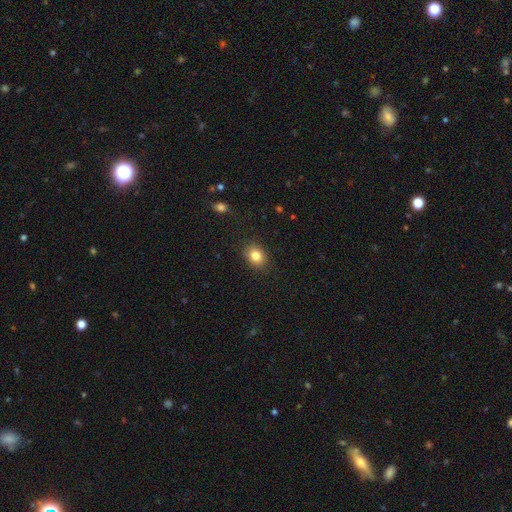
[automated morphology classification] This is clearly a smooth galaxy (83%). How rounded: possibly in between (52%). Merging: clearly none (88%).